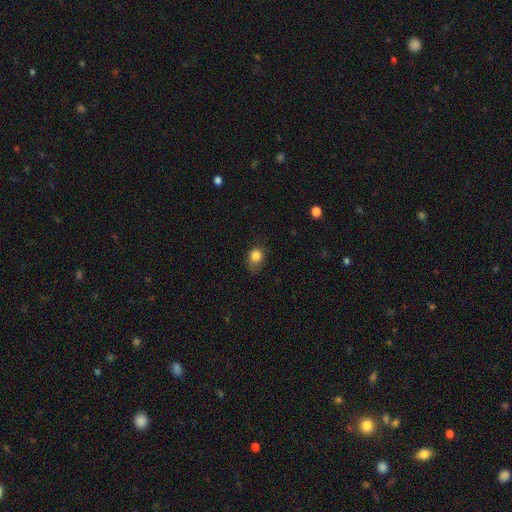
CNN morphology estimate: Smooth or featured? smooth (83%)
How rounded? round (57%)
Merging? none (58%)